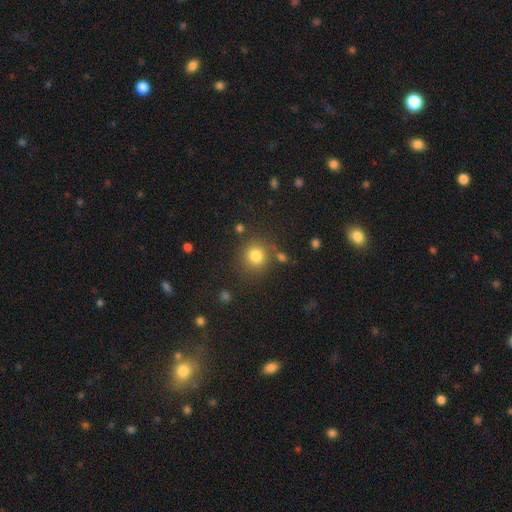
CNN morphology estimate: Smooth or featured? smooth (81%)
How rounded? round (90%)
Merging? none (79%)